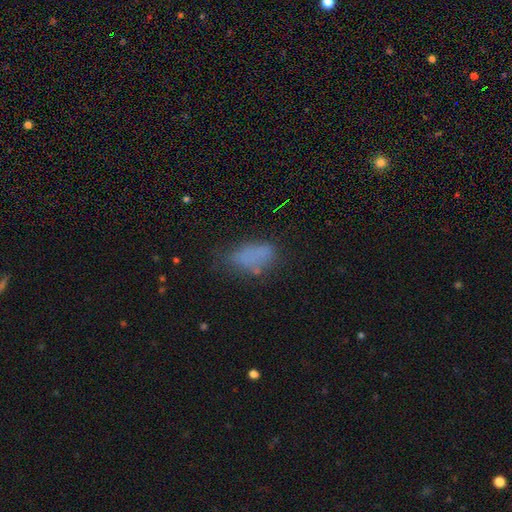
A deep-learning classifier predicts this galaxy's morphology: smooth-or-featured: smooth: 69% | featured or disk: 16% | star or artifact: 15%
  how-rounded: in between: 89% | cigar-shaped: 6% | round: 5%
  merging: none: 49% | minor disturbance: 27% | major disturbance: 18% | merger: 5%